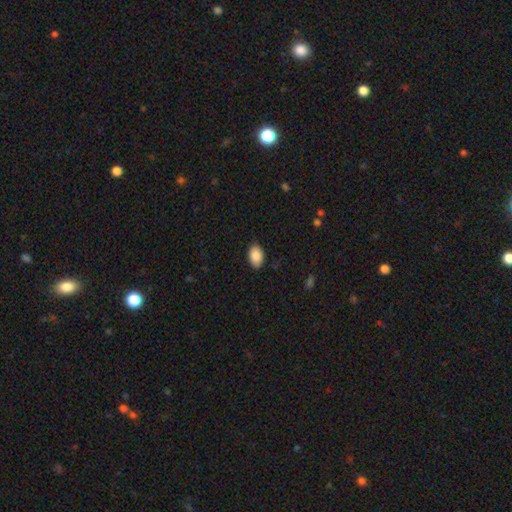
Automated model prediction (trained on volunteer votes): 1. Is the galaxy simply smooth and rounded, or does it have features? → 89% smooth, 7% star or artifact, 4% featured or disk.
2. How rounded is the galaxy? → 90% in between, 8% round, 1% cigar-shaped.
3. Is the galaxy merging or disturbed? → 86% none, 11% minor disturbance, 2% major disturbance, 1% merger.